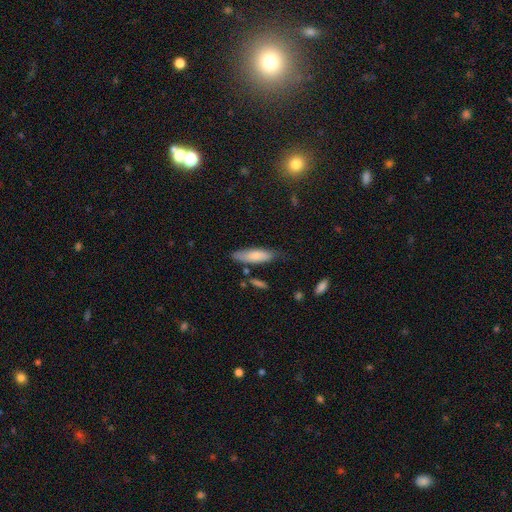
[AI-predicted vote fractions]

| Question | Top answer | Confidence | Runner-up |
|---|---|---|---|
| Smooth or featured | smooth | 75% | featured or disk (19%) |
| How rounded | in between | 51% | cigar-shaped (47%) |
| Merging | none | 67% | minor disturbance (24%) |